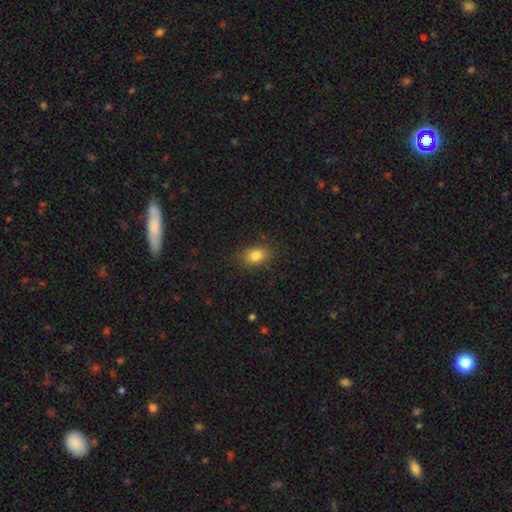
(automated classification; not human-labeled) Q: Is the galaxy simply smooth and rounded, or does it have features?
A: smooth — 81%.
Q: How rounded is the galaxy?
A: in between — 74%.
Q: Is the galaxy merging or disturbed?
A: none — 80%.